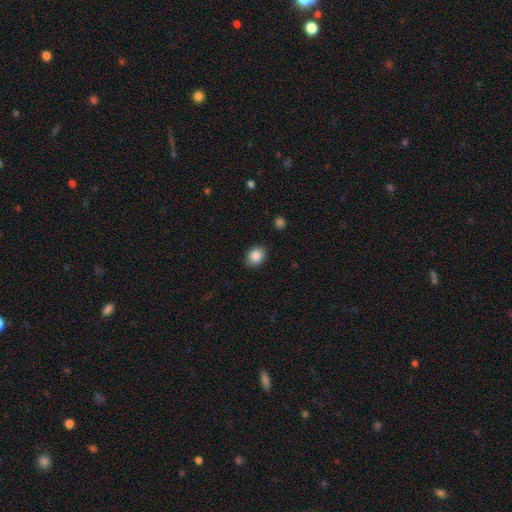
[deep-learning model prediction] This appears to be a smooth galaxy with no disk features (86%) that is in between round and cigar-shaped (54%). Merging: none (88%).